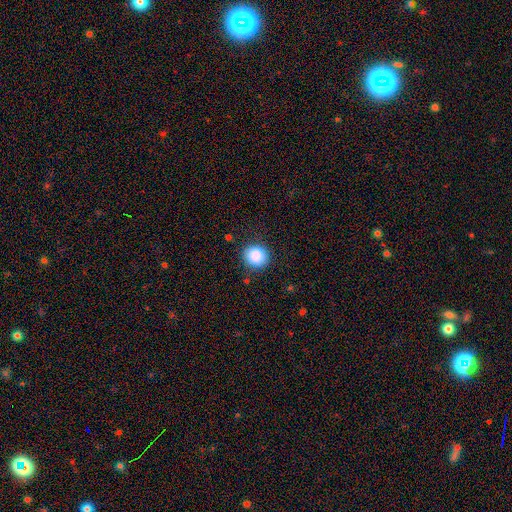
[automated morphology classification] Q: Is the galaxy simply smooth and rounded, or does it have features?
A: smooth — 88%.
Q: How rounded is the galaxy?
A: round — 86%.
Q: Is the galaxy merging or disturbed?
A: none — 86%.